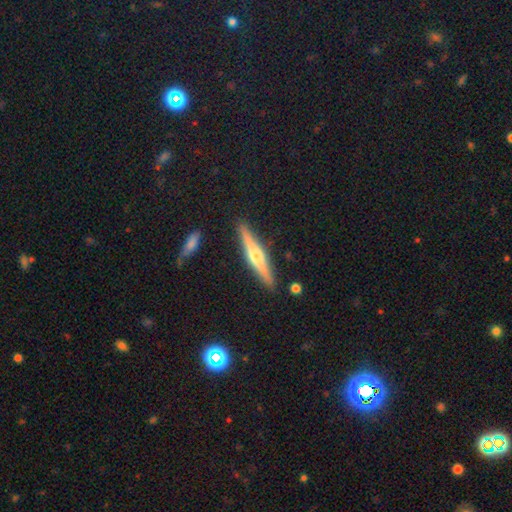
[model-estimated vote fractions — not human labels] Smooth or featured?
  - featured or disk: 69% *
  - smooth: 25%
  - star or artifact: 6%
Edge-on disk?
  - yes: 97% *
  - no: 3%
Edge-on bulge?
  - rounded: 89% *
  - boxy: 5%
  - none: 5%
Merging?
  - none: 90% *
  - minor disturbance: 7%
  - merger: 2%
  - major disturbance: 2%